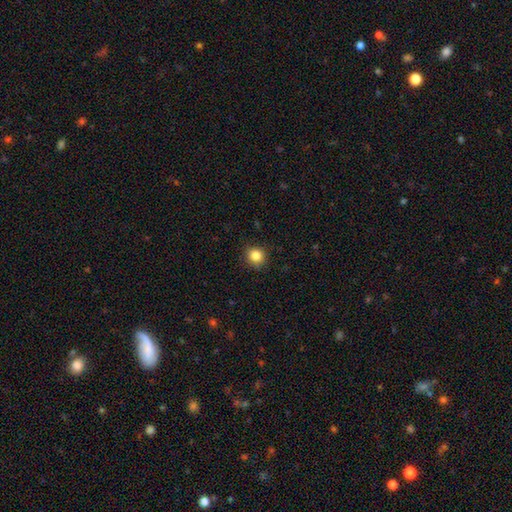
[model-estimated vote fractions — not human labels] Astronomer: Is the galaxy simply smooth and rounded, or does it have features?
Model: smooth — 85%.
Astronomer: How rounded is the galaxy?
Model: round — 88%.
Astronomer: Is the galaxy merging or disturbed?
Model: none — 89%.